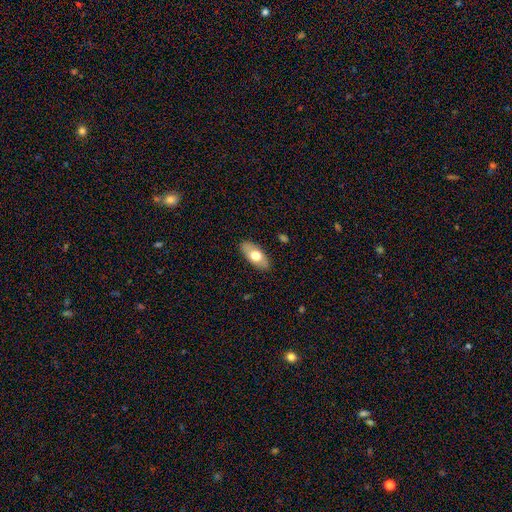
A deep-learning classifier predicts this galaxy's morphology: A smooth galaxy with no disk features (67%) that is in between round and cigar-shaped (90%). Merging: none (87%).